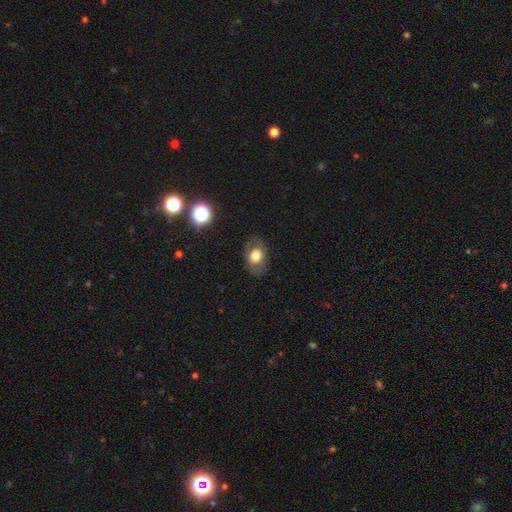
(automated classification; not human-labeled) smooth 69%, featured or disk 22%, star or artifact 10%. Down the decision tree: how rounded — in between (69%); merging — none (80%).